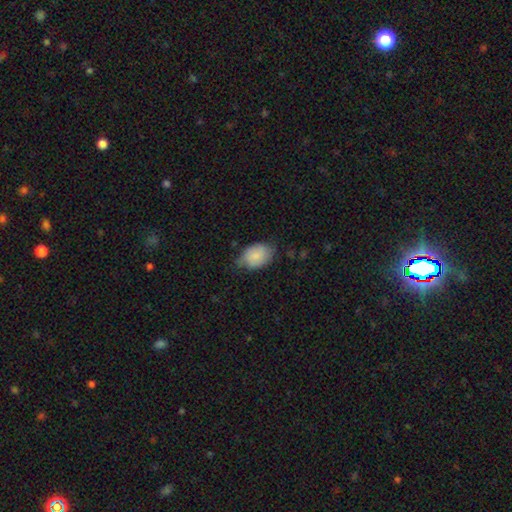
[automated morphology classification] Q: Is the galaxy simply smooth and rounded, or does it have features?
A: smooth — 81%.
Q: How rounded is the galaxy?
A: in between — 84%.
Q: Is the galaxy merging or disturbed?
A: none — 56%.